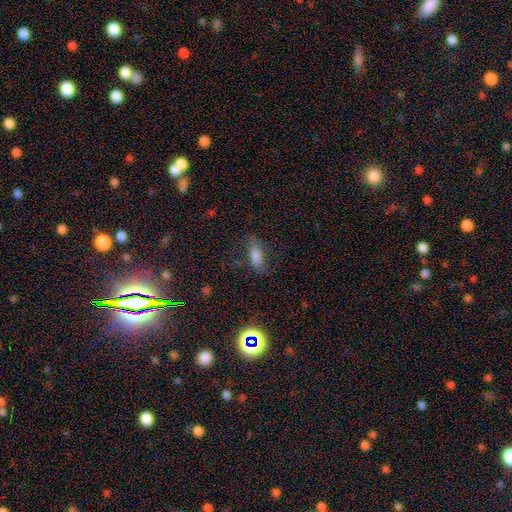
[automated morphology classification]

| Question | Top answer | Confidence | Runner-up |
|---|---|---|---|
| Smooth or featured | smooth | 66% | featured or disk (20%) |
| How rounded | in between | 65% | cigar-shaped (31%) |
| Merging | none | 67% | minor disturbance (20%) |